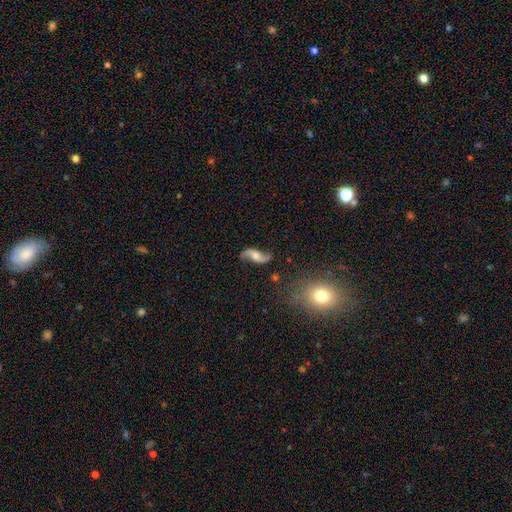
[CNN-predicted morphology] featured or disk 85%, smooth 9%, star or artifact 6%. Down the decision tree: edge-on disk — no (94%); bar — no (57%); spiral arms — yes (96%); spiral arm count — 2 (94%); spiral winding — loose (87%); bulge size — moderate (55%); merging — none (77%).